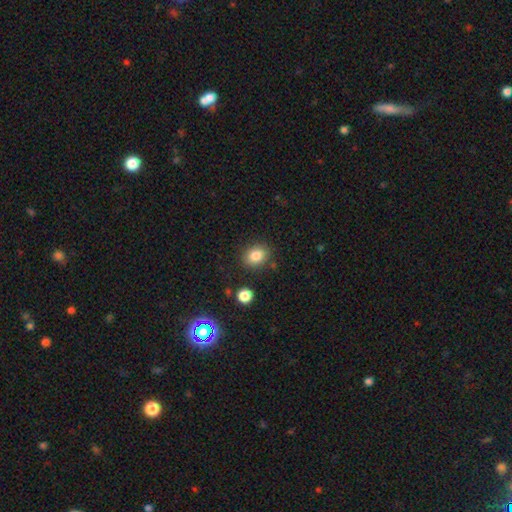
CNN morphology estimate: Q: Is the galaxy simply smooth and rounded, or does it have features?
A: smooth — 84%.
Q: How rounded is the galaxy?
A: round — 51%.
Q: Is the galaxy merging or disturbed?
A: none — 84%.